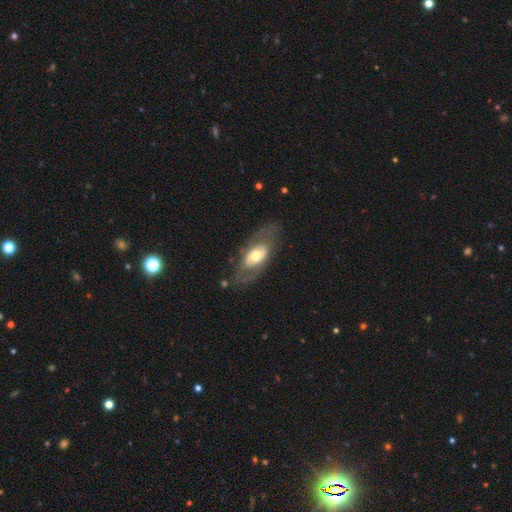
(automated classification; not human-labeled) Overall: featured or disk (56%; smooth 38%). Edge-on disk: no (86%). Merging: none (73%).